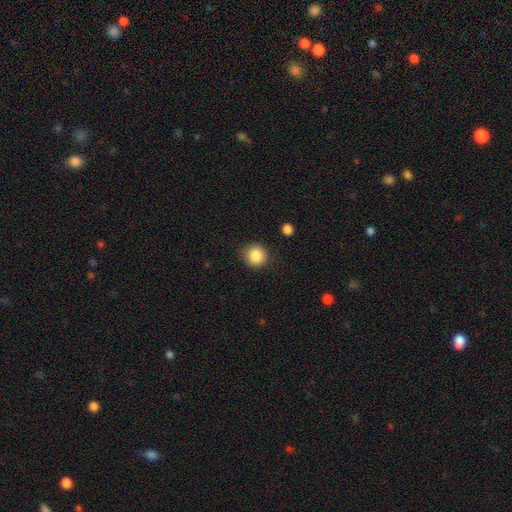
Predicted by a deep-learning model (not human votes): This is clearly a smooth galaxy (87%). How rounded: clearly round (91%). Merging: clearly none (87%).